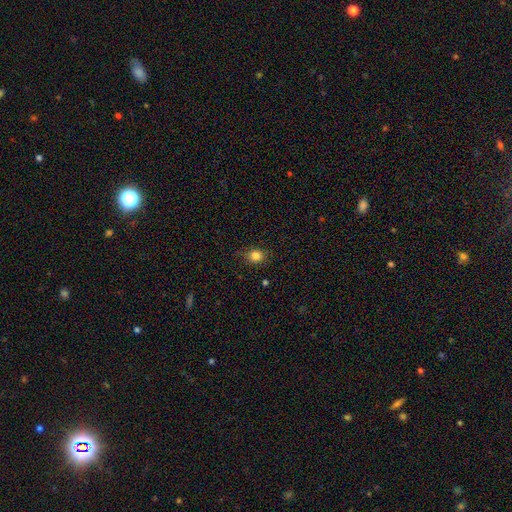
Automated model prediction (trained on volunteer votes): smooth_or_featured: smooth (p=0.82) [alt: star or artifact p=0.12]
how_rounded: round (p=0.68) [alt: in between p=0.31]
merging: none (p=0.84) [alt: minor disturbance p=0.12]